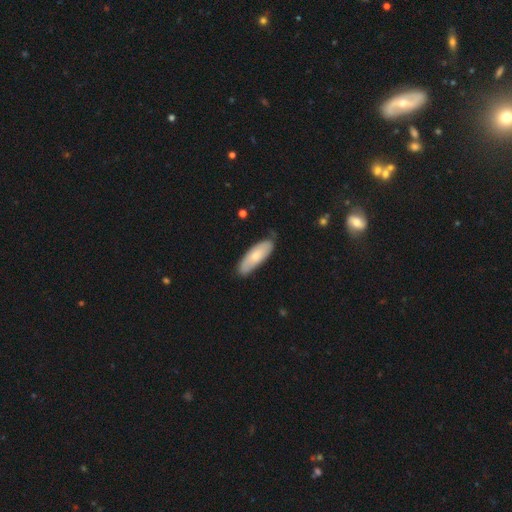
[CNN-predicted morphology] Smooth or featured? smooth (70%)
How rounded? in between (63%)
Merging? none (77%)